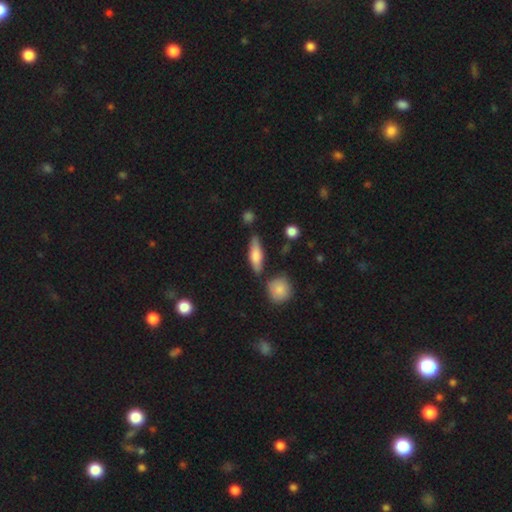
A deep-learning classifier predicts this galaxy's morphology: Q: Smooth or featured?
A: smooth (63%); runner-up: featured or disk (30%)
Q: How rounded?
A: cigar-shaped (50%); runner-up: in between (46%)
Q: Merging?
A: none (75%); runner-up: minor disturbance (15%)